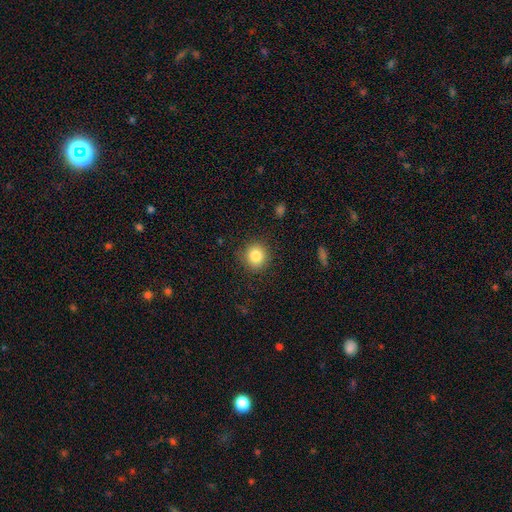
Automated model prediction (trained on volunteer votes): smooth 84%, star or artifact 10%, featured or disk 6%. Down the decision tree: how rounded — round (90%); merging — none (88%).